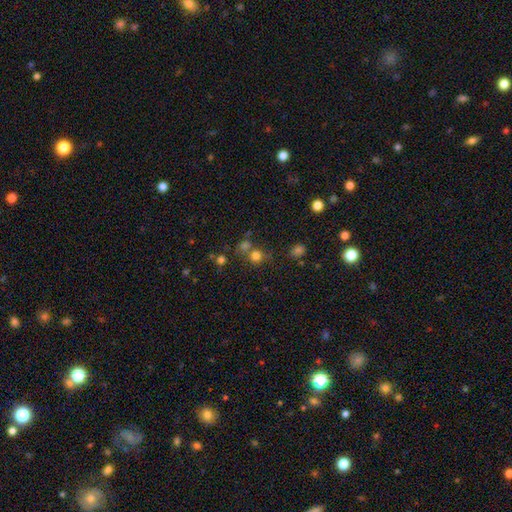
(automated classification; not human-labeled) Smooth or featured: smooth — 74% (star or artifact — 18%)
How rounded: round — 87% (in between — 12%)
Merging: none — 62% (merger — 24%)